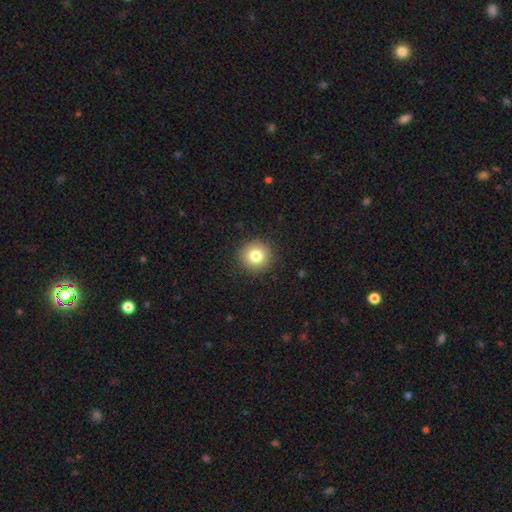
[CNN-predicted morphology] smooth_or_featured: smooth (p=0.80) [alt: star or artifact p=0.11]
how_rounded: round (p=0.94) [alt: in between p=0.06]
merging: none (p=0.92) [alt: minor disturbance p=0.05]